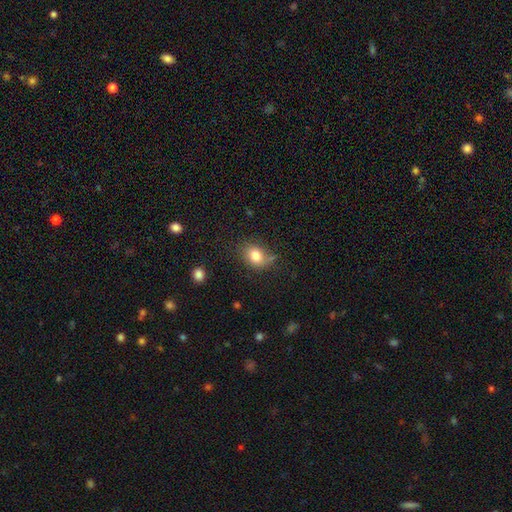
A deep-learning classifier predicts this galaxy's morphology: type=smooth (79%); roundness=round (53%); merging=none (62%).